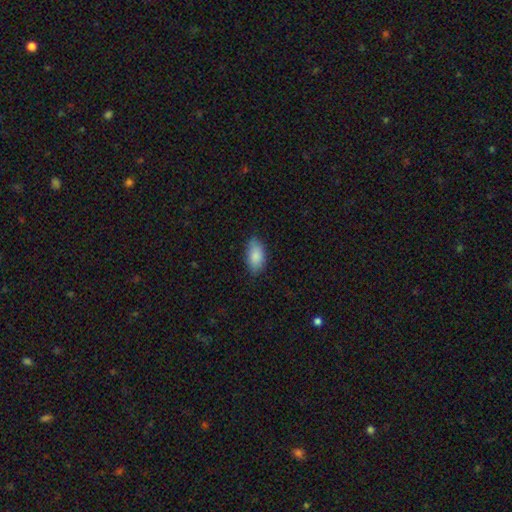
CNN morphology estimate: This appears to be a smooth galaxy with no disk features (86%) that is in between round and cigar-shaped (93%). Merging: none (78%).